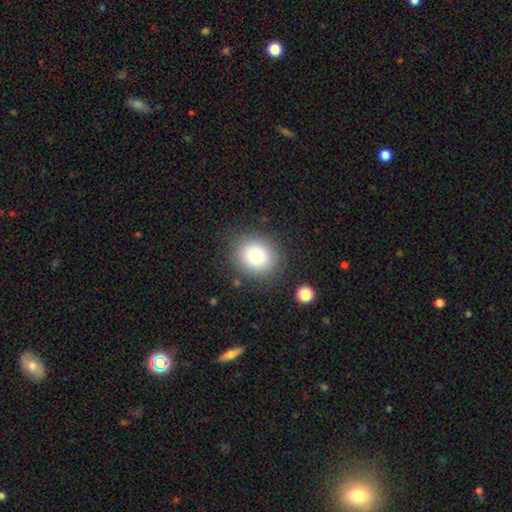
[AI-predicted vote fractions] This appears to be a smooth galaxy with no disk features (82%) that is round (74%). Merging: none (85%).